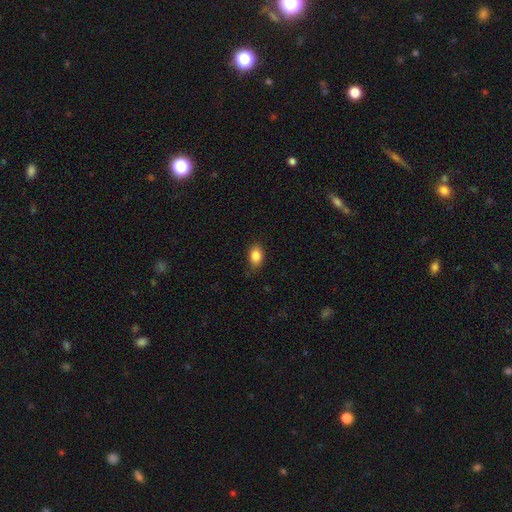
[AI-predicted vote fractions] Smooth or featured? smooth (85%)
How rounded? in between (77%)
Merging? none (80%)